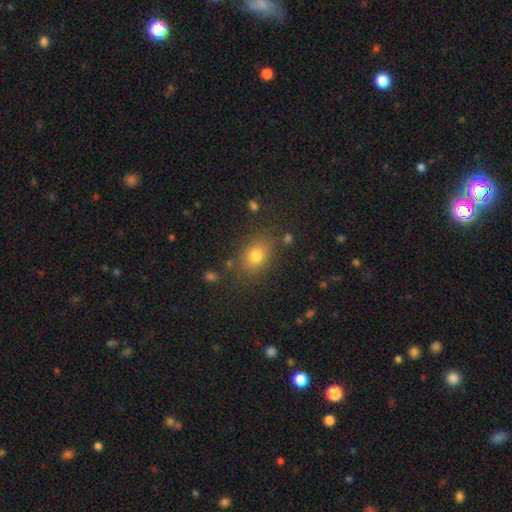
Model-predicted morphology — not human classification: The model was most divided on "how rounded": in between: 59%, round: 39%, cigar-shaped: 1%. More confident: merging — none (80%); smooth or featured — smooth (78%).